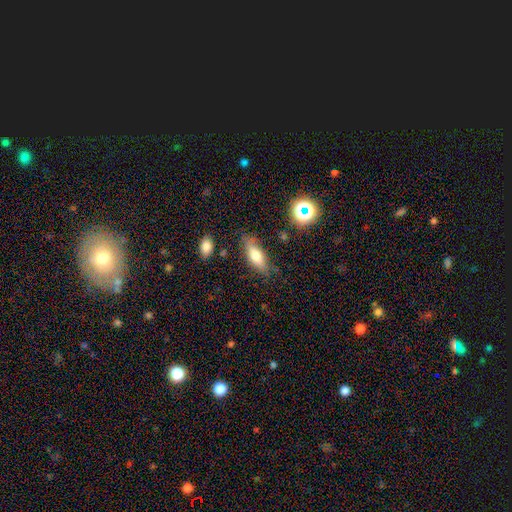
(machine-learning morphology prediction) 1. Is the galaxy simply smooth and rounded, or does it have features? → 67% smooth, 24% featured or disk, 9% star or artifact.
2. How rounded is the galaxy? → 58% in between, 39% cigar-shaped, 3% round.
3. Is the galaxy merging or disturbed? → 78% none, 15% minor disturbance, 4% major disturbance, 3% merger.